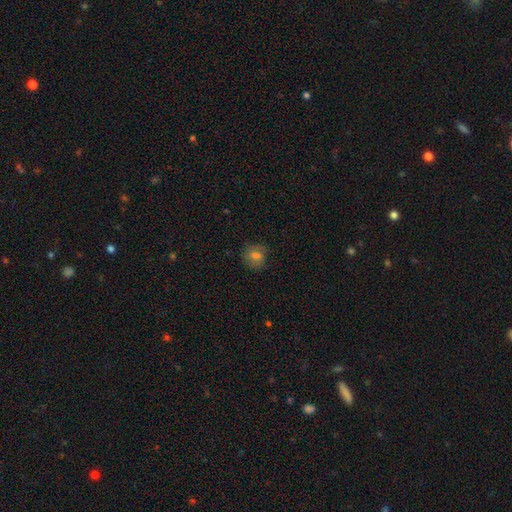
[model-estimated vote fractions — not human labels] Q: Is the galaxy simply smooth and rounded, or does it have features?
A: smooth — 70%.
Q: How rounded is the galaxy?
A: round — 82%.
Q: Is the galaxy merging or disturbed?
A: none — 79%.